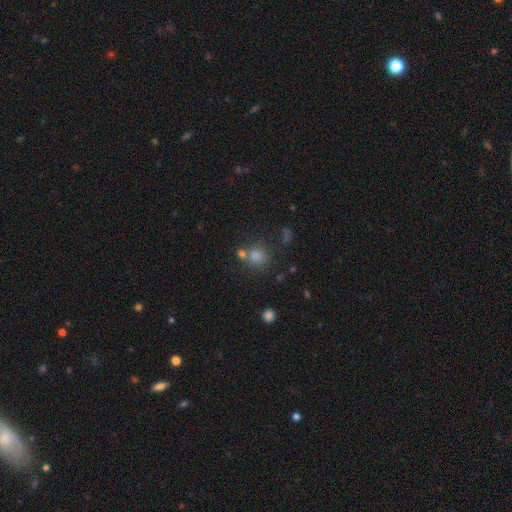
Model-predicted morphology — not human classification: Smooth or featured: smooth — 72% (star or artifact — 20%)
How rounded: round — 84% (in between — 15%)
Merging: none — 65% (merger — 20%)